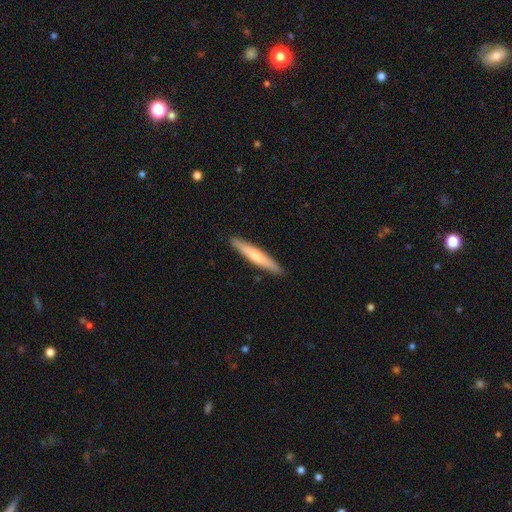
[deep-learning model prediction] smooth-or-featured: smooth: 65% | featured or disk: 30% | star or artifact: 5%
  how-rounded: cigar-shaped: 94% | in between: 5% | round: 1%
  merging: none: 90% | minor disturbance: 7% | major disturbance: 1% | merger: 1%